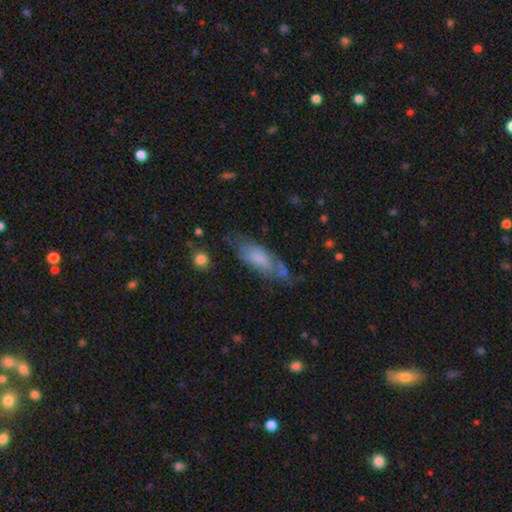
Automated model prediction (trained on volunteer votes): Smooth or featured: smooth — 52% (featured or disk — 39%)
How rounded: in between — 69% (cigar-shaped — 29%)
Merging: none — 50% (minor disturbance — 28%)